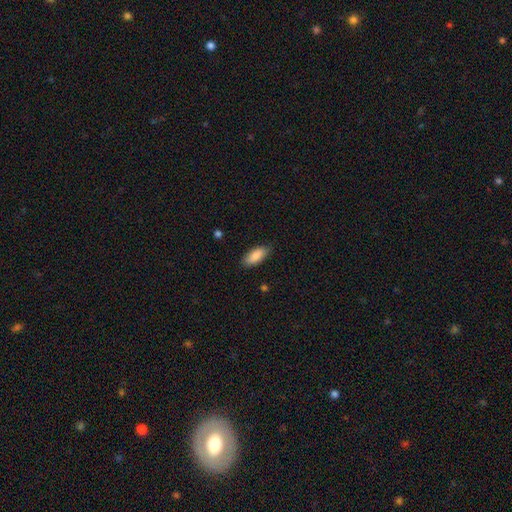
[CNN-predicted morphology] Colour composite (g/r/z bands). It shows a smooth galaxy with no disk features (86%) that is in between round and cigar-shaped (84%). Merging: none (81%).